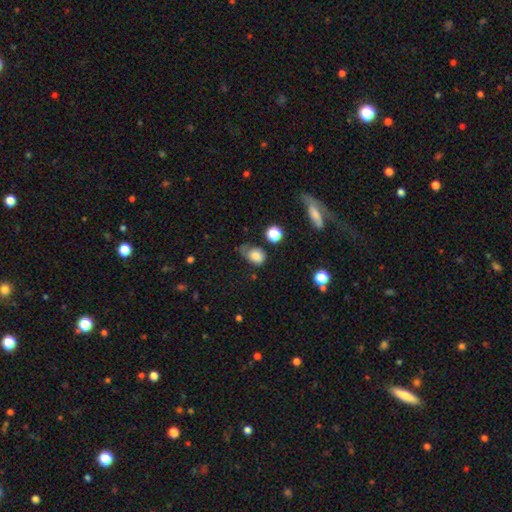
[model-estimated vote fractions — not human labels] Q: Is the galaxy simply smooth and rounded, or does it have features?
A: smooth — 79%.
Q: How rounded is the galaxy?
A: in between — 58%.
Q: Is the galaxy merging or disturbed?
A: minor disturbance — 38%, tied with none.